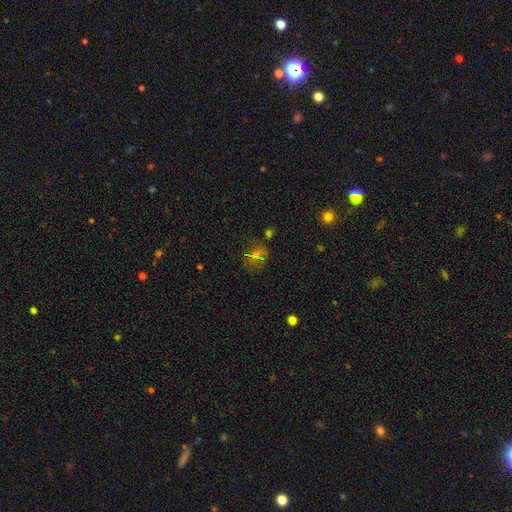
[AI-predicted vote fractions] smooth 51%, star or artifact 35%, featured or disk 13%. Down the decision tree: how rounded — round (64%); merging — none (71%).